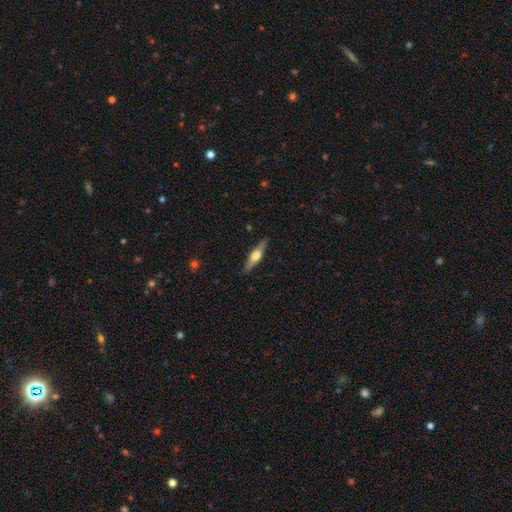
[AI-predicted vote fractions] A featured or disk galaxy (64%) viewed edge-on (97%) with a rounded central bulge (93%).

Vote fractions:
- Smooth or featured? featured or disk: 64% / smooth: 31% / star or artifact: 5%
- Edge-on disk? yes: 97% / no: 3%
- Edge-on bulge? rounded: 93% / boxy: 5% / none: 2%
- Merging? none: 89% / minor disturbance: 8% / major disturbance: 2% / merger: 1%